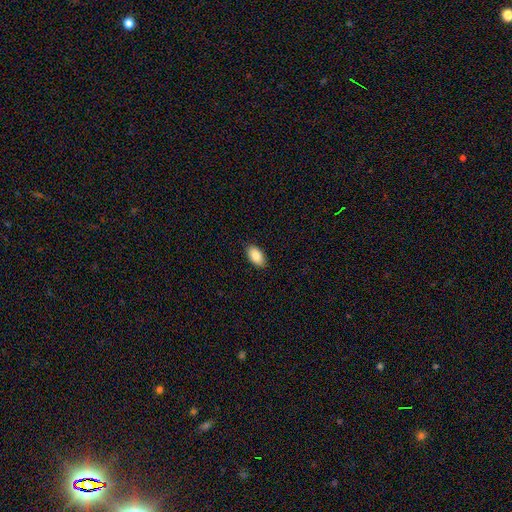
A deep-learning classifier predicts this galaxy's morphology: A smooth galaxy with no disk features (87%) that is in between round and cigar-shaped (94%).

Vote fractions:
- Smooth or featured? smooth: 87% / star or artifact: 7% / featured or disk: 7%
- How rounded? in between: 94% / round: 4% / cigar-shaped: 2%
- Merging? none: 88% / minor disturbance: 9% / major disturbance: 2% / merger: 1%